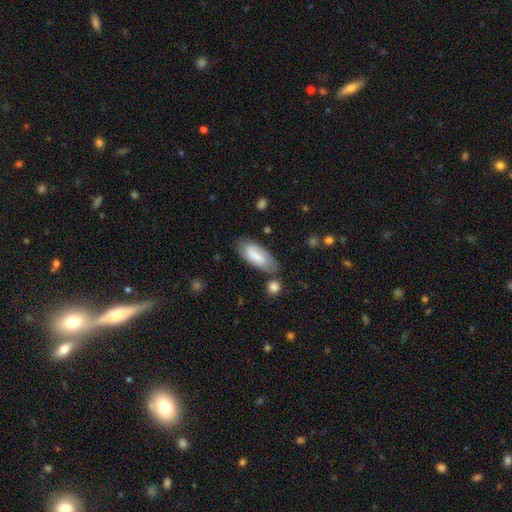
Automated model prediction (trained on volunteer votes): A smooth galaxy with no disk features (64%) that is in between round and cigar-shaped (81%).

Vote fractions:
- Smooth or featured? smooth: 64% / featured or disk: 30% / star or artifact: 6%
- How rounded? in between: 81% / cigar-shaped: 17% / round: 2%
- Merging? none: 65% / minor disturbance: 20% / merger: 8% / major disturbance: 6%